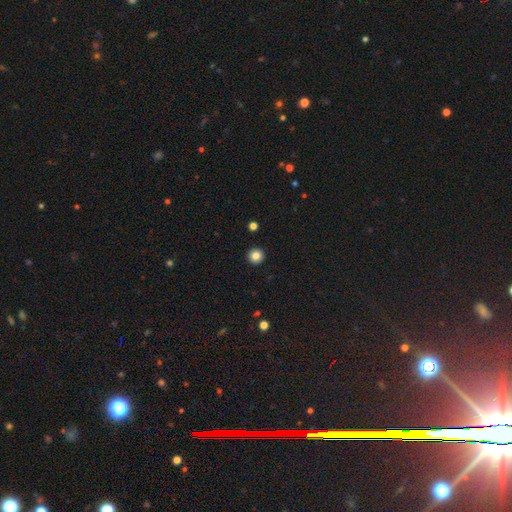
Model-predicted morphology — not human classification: The model was most divided on "smooth or featured": smooth: 84%, star or artifact: 10%, featured or disk: 6%. More confident: how rounded — round (96%); merging — none (94%).